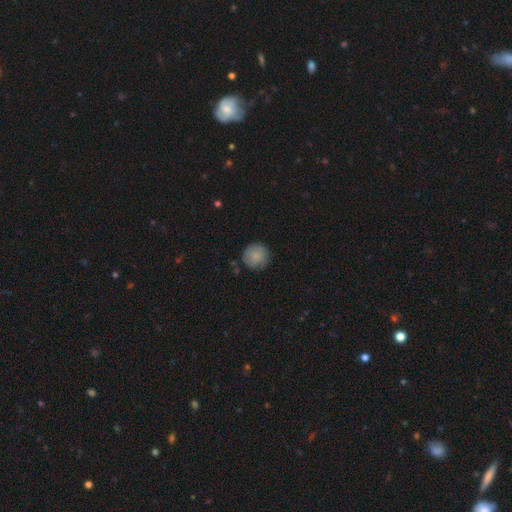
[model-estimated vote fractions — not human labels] smooth-or-featured: smooth: 81% | featured or disk: 12% | star or artifact: 7%
  how-rounded: round: 94% | in between: 5% | cigar-shaped: 1%
  merging: none: 82% | minor disturbance: 13% | major disturbance: 3% | merger: 2%